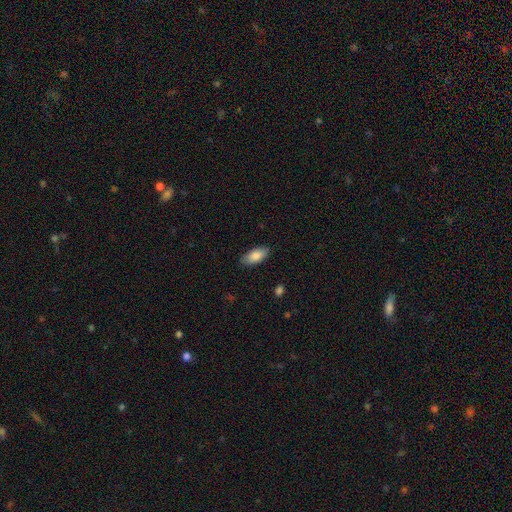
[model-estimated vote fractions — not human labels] The model was most divided on "merging": none: 86%, minor disturbance: 11%, major disturbance: 2%, merger: 1%. More confident: how rounded — in between (89%); smooth or featured — smooth (85%).